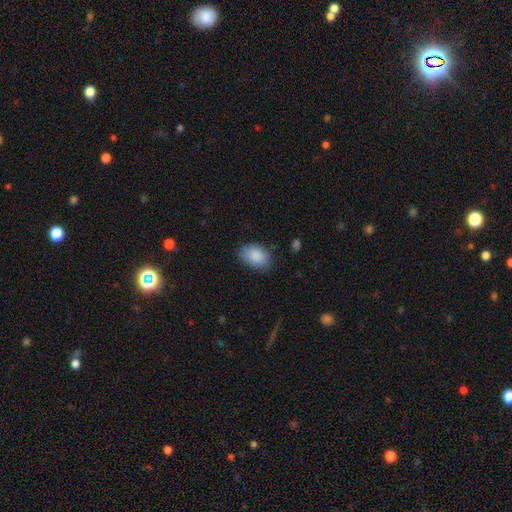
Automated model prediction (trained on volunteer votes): Overall: smooth (88%). How rounded: in between (85%). Merging: none (75%).